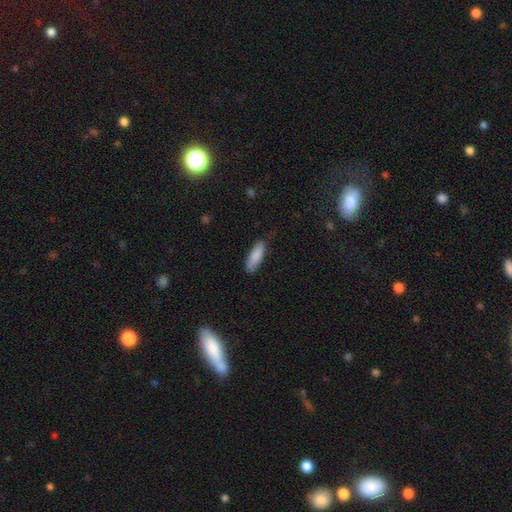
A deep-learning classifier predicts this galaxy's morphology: smooth-or-featured: smooth: 87% | featured or disk: 8% | star or artifact: 6%
  how-rounded: in between: 52% | cigar-shaped: 47% | round: 2%
  merging: none: 80% | minor disturbance: 16% | major disturbance: 3% | merger: 1%